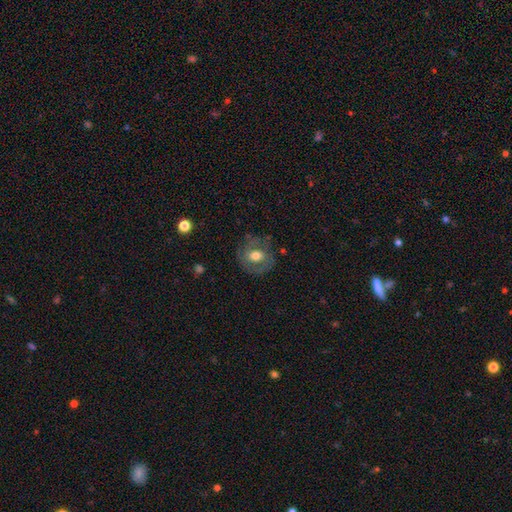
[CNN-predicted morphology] smooth_or_featured: smooth (p=0.47) [alt: featured or disk p=0.45]
merging: none (p=0.72) [alt: minor disturbance p=0.18]